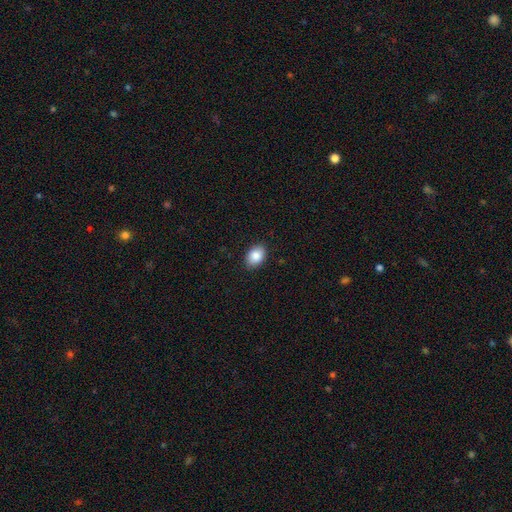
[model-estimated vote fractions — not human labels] smooth 87%, star or artifact 8%, featured or disk 5%. Down the decision tree: how rounded — in between (78%); merging — none (89%).